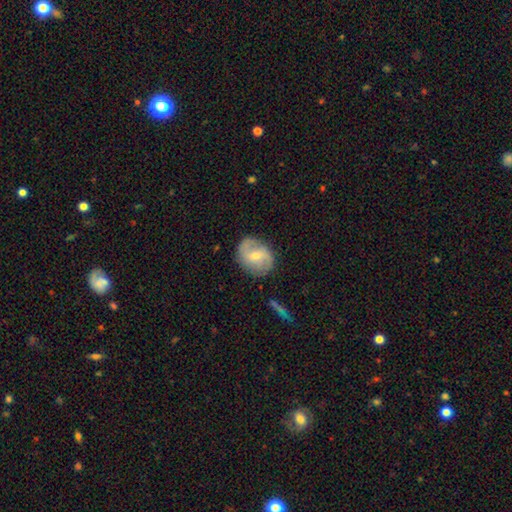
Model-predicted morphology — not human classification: smooth_or_featured: featured or disk (p=0.67) [alt: smooth p=0.25]
disk_edge_on: no (p=0.96) [alt: yes p=0.04]
bar: weak (p=0.44) [alt: no p=0.42]
has_spiral_arms: yes (p=0.88) [alt: no p=0.12]
spiral_winding: medium (p=0.40) [alt: loose p=0.37]
spiral_arm_count: 2 (p=0.80) [alt: can't tell p=0.10]
bulge_size: small (p=0.53) [alt: moderate p=0.44]
merging: none (p=0.79) [alt: minor disturbance p=0.15]